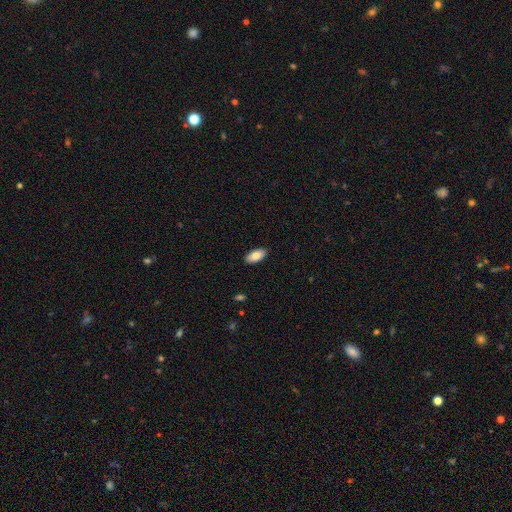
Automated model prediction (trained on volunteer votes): Smooth or featured? Predicted: smooth (p=0.85). How rounded? Predicted: in between (p=0.92). Merging? Predicted: none (p=0.88).